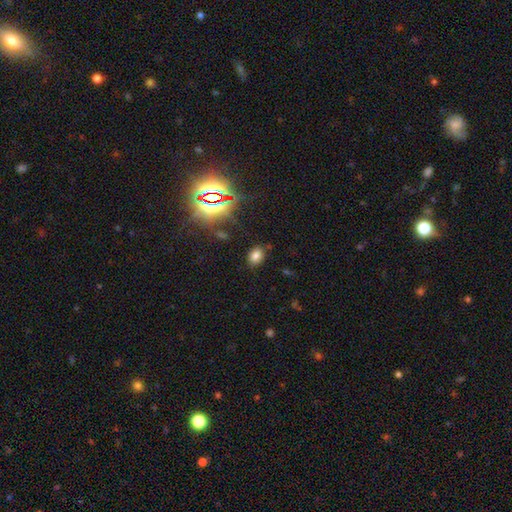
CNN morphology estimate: Smooth or featured?
  - smooth: 72% *
  - star or artifact: 21%
  - featured or disk: 7%
How rounded?
  - in between: 72% *
  - round: 27%
  - cigar-shaped: 1%
Merging?
  - none: 82% *
  - minor disturbance: 11%
  - major disturbance: 4%
  - merger: 3%